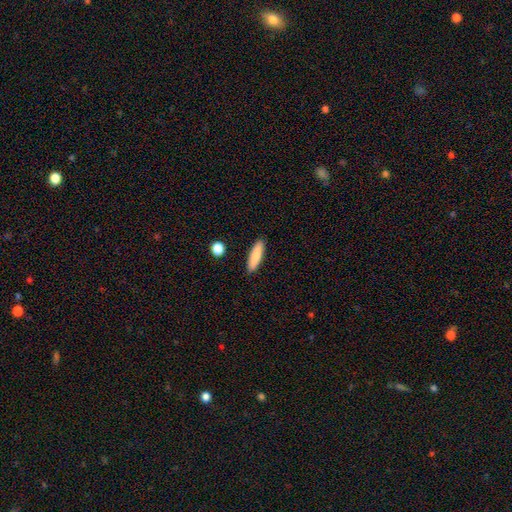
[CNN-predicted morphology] type=smooth (83%); roundness=cigar-shaped (71%); merging=none (90%).